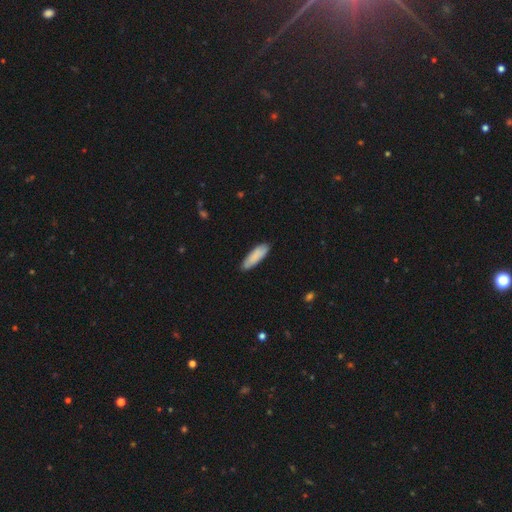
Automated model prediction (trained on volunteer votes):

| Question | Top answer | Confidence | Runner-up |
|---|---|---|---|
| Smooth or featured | smooth | 84% | featured or disk (10%) |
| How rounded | cigar-shaped | 49% | tied: in between (49%) |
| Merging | none | 83% | minor disturbance (14%) |